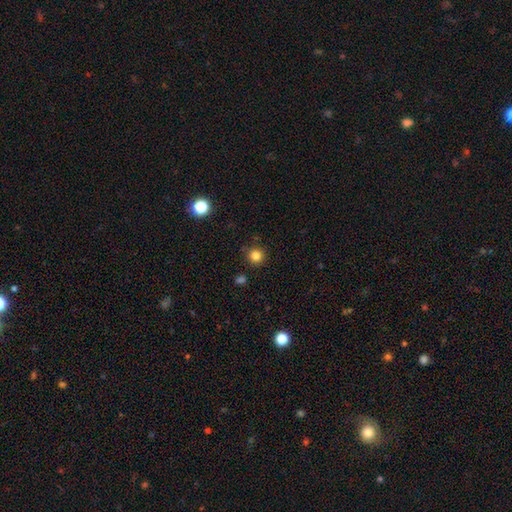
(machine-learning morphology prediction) Overall: smooth (82%). How rounded: round (93%). Merging: none (86%).